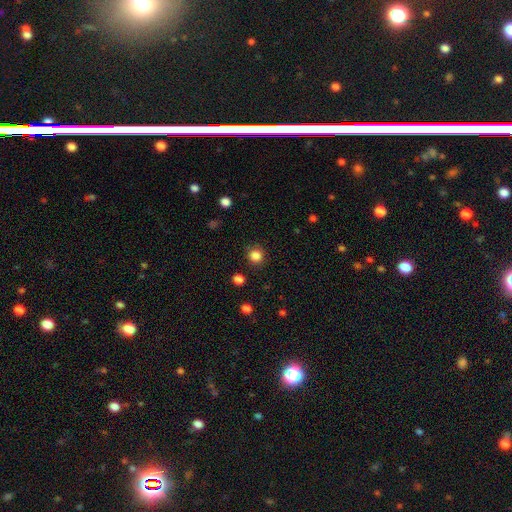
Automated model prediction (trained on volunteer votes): This is clearly a smooth galaxy (85%). How rounded: clearly round (93%). Merging: clearly none (88%).